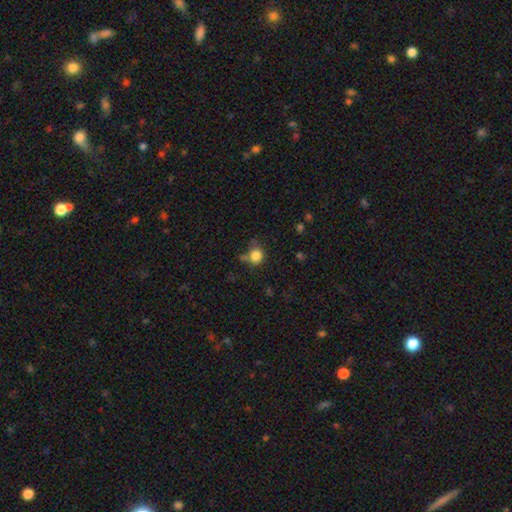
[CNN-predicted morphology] type=smooth (83%); roundness=round (80%); merging=none (59%).